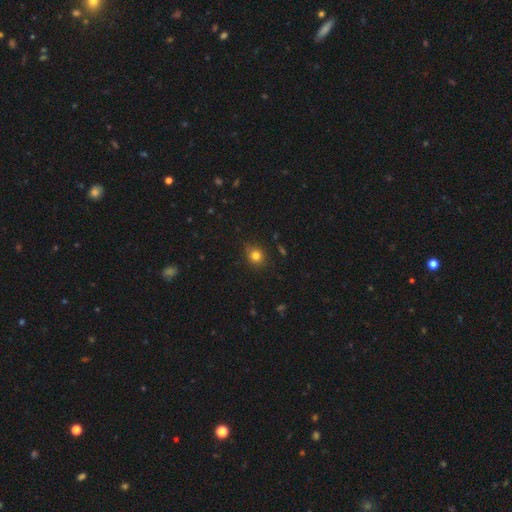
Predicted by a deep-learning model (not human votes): Smooth or featured? smooth (80%)
How rounded? round (79%)
Merging? none (82%)